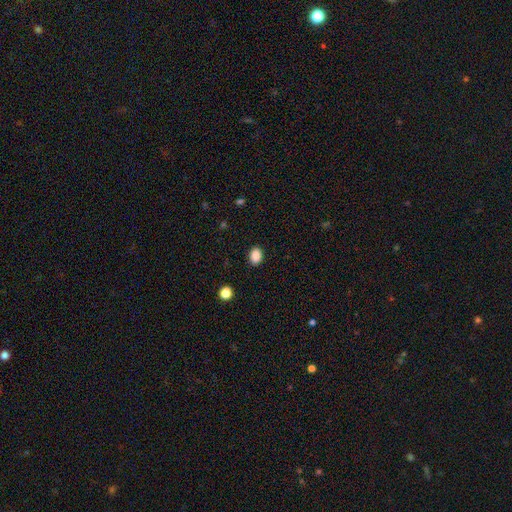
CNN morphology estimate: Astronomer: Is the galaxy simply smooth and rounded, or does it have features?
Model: smooth — 88%.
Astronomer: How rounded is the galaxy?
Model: in between — 74%.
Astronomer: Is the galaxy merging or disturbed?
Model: none — 89%.